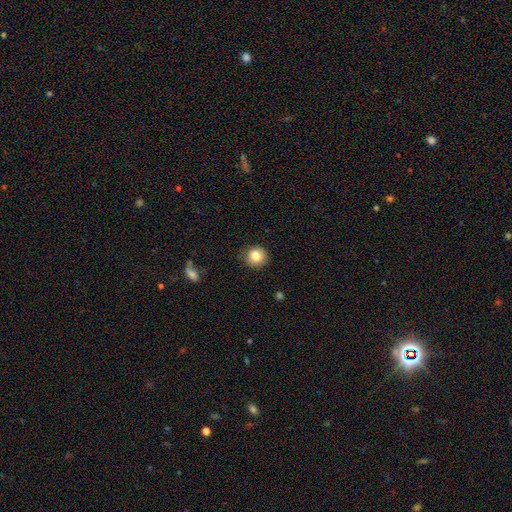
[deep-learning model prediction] A smooth galaxy with no disk features (84%) that is round (88%).

Vote fractions:
- Smooth or featured? smooth: 84% / star or artifact: 10% / featured or disk: 6%
- How rounded? round: 88% / in between: 11% / cigar-shaped: 1%
- Merging? none: 84% / minor disturbance: 12% / major disturbance: 3% / merger: 1%